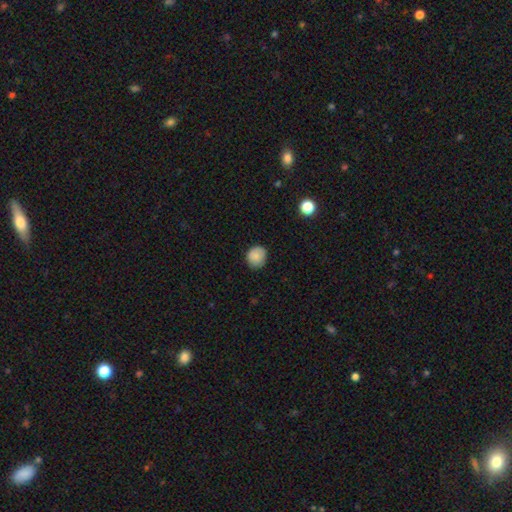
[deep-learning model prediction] Smooth or featured? smooth (86%)
How rounded? round (79%)
Merging? none (83%)